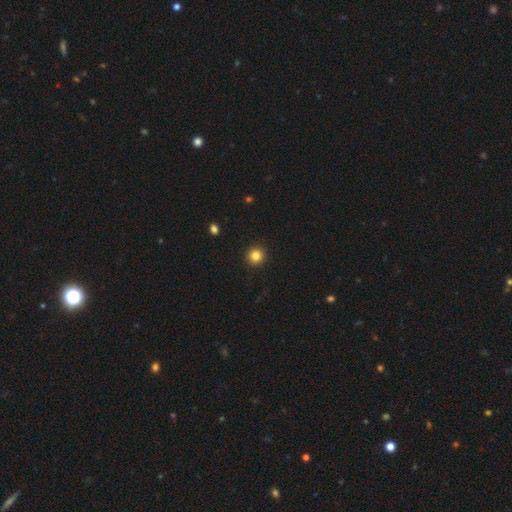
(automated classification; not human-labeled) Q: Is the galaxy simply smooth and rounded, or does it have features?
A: smooth — 83%.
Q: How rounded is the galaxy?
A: round — 94%.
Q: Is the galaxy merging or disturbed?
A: none — 93%.